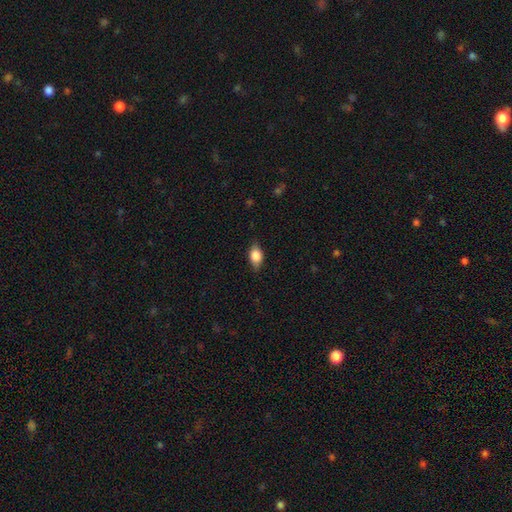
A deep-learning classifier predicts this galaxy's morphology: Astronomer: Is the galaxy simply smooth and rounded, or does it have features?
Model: smooth — 79%.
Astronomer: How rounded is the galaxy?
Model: in between — 83%.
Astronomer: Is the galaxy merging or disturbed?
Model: none — 80%.